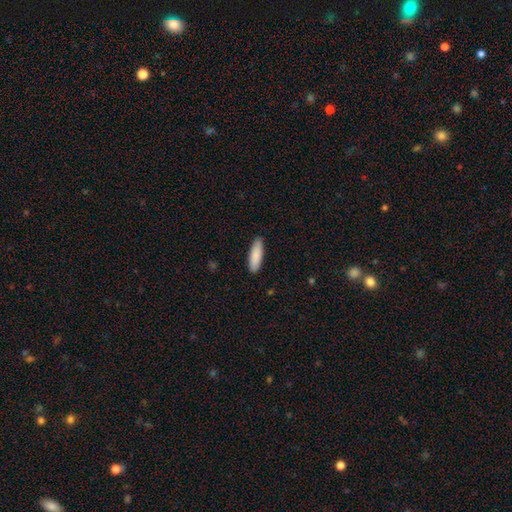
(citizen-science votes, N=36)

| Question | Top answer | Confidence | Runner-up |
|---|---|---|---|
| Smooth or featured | smooth | 94% | featured or disk (3%) |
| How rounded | cigar-shaped | 71% | in between (29%) |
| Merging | none | 86% | minor disturbance (14%) |